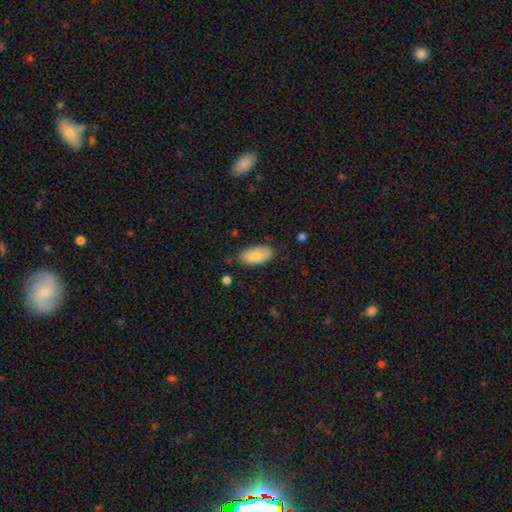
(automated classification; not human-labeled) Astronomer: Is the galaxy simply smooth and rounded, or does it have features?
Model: smooth — 81%.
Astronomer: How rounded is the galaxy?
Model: in between — 94%.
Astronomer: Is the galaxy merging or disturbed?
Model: none — 80%.